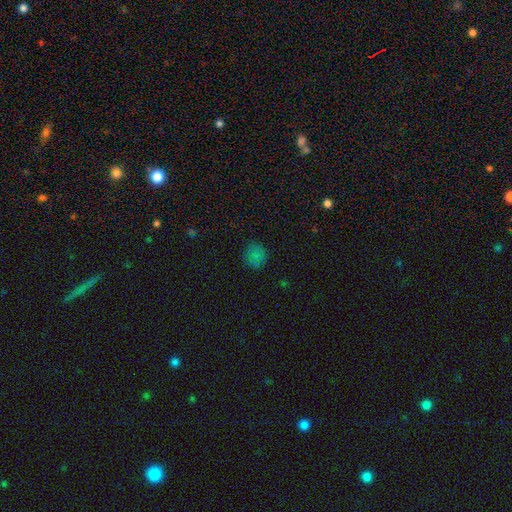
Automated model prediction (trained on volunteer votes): Smooth or featured? Predicted: smooth (p=0.77). How rounded? Predicted: round (p=0.81). Merging? Predicted: none (p=0.81).